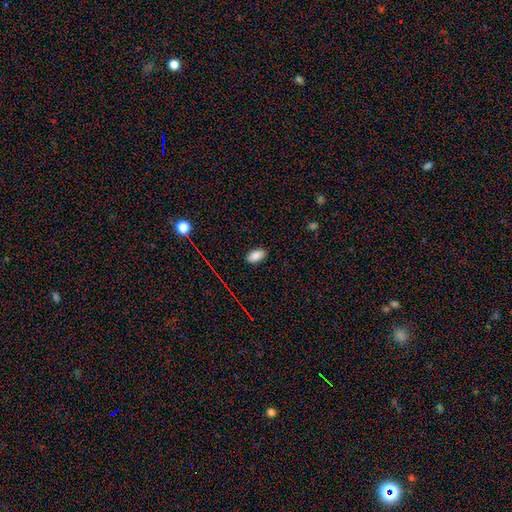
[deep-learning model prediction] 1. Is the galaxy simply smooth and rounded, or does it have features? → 84% smooth, 11% star or artifact, 5% featured or disk.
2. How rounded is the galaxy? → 93% in between, 3% round, 3% cigar-shaped.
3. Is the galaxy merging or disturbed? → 88% none, 9% minor disturbance, 2% major disturbance, 1% merger.